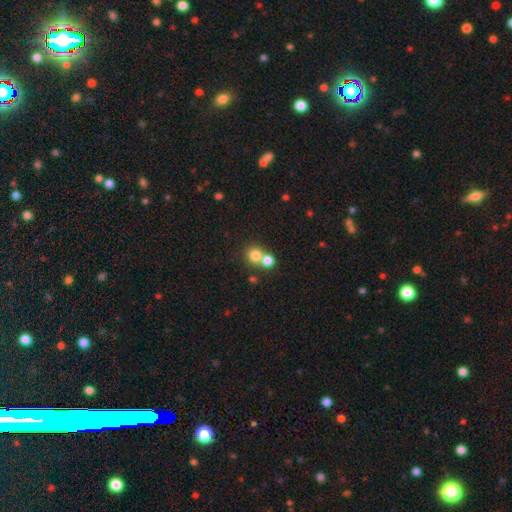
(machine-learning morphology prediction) Smooth or featured? smooth (77%)
How rounded? round (87%)
Merging? none (50%)